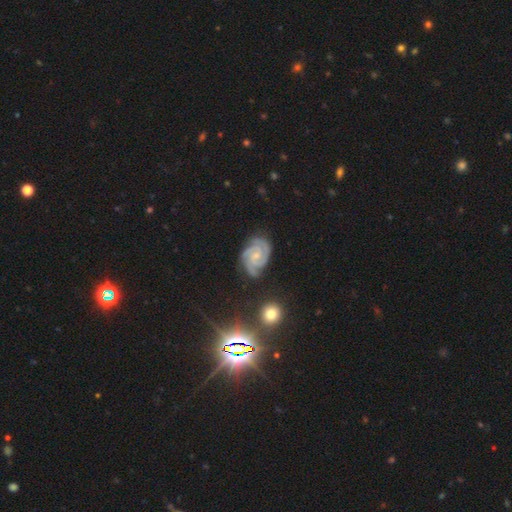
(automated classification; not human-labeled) Smooth or featured?
  - featured or disk: 88% *
  - smooth: 7%
  - star or artifact: 6%
Edge-on disk?
  - no: 98% *
  - yes: 2%
Bar?
  - no: 61% *
  - weak: 32%
  - strong: 7%
Spiral arms?
  - yes: 98% *
  - no: 2%
Spiral winding?
  - tight: 68% *
  - medium: 28%
  - loose: 4%
Spiral arm count?
  - 3: 49% *
  - 4: 16%
  - 2: 16%
  - can't tell: 10%
  - more than 4: 4%
  - 1: 4%
Bulge size?
  - small: 62% *
  - moderate: 28%
  - none: 7%
  - large: 1%
  - dominant: 1%
Merging?
  - none: 73% *
  - minor disturbance: 19%
  - major disturbance: 6%
  - merger: 2%